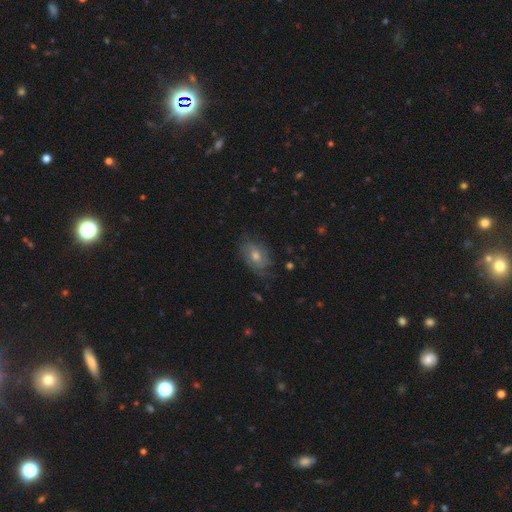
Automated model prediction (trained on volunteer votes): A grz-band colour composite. It shows a featured or disk galaxy (50%). Merging: none (72%).